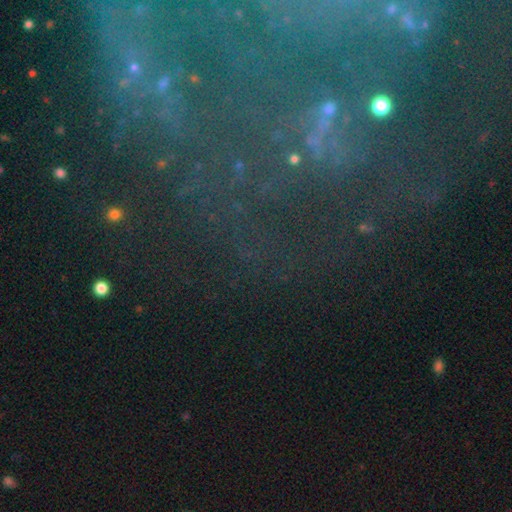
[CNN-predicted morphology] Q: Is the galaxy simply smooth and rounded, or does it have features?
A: star or artifact — 45%.